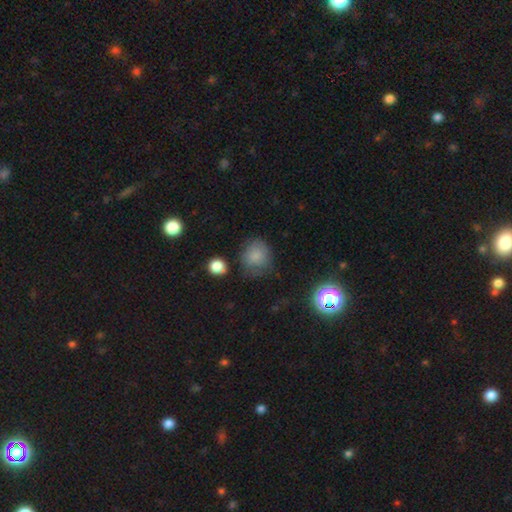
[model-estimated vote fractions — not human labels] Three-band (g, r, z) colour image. It shows a smooth galaxy with no disk features (79%) that is round (81%). Merging: none (63%).